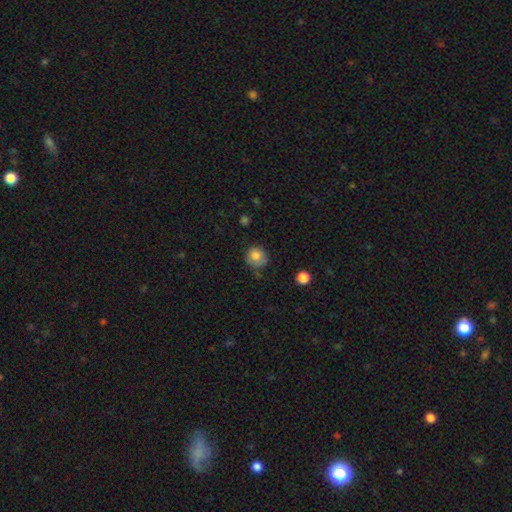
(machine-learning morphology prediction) type=smooth (81%); roundness=round (88%); merging=none (66%).